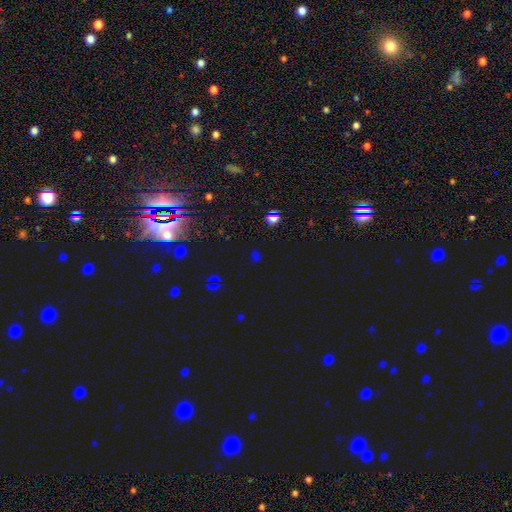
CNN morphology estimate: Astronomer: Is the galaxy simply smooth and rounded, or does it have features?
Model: star or artifact — 57% (runner-up: smooth, 36%).